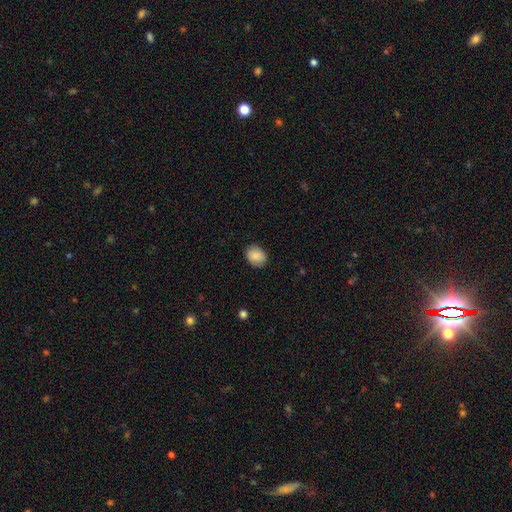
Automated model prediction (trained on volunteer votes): This is clearly a smooth galaxy (88%). How rounded: possibly in between (53%). Merging: clearly none (86%).